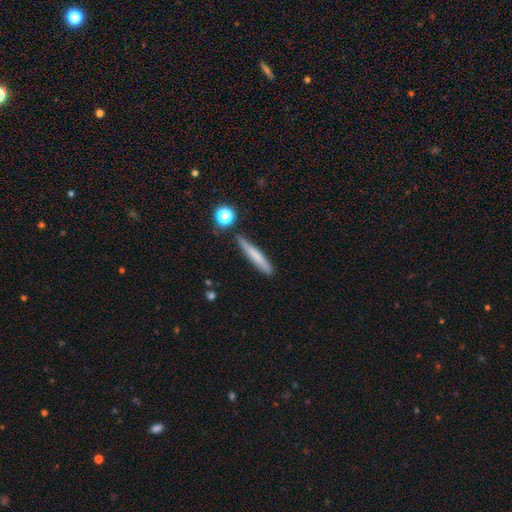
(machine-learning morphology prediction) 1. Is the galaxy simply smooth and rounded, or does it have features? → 69% smooth, 23% featured or disk, 8% star or artifact.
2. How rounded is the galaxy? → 93% cigar-shaped, 5% in between, 2% round.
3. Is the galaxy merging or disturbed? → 80% none, 13% minor disturbance, 4% merger, 3% major disturbance.